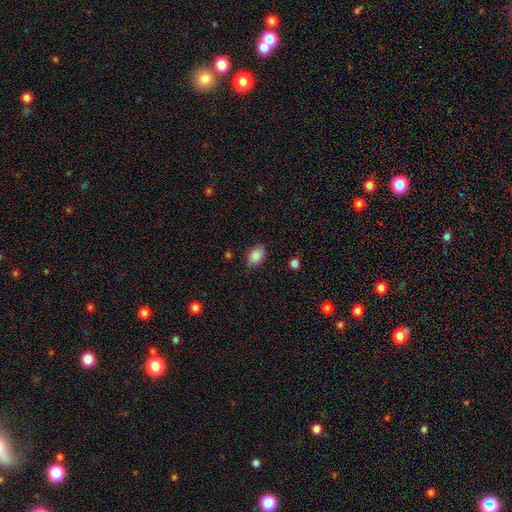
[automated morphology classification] Overall: smooth (87%). How rounded: in between (84%). Merging: none (82%).